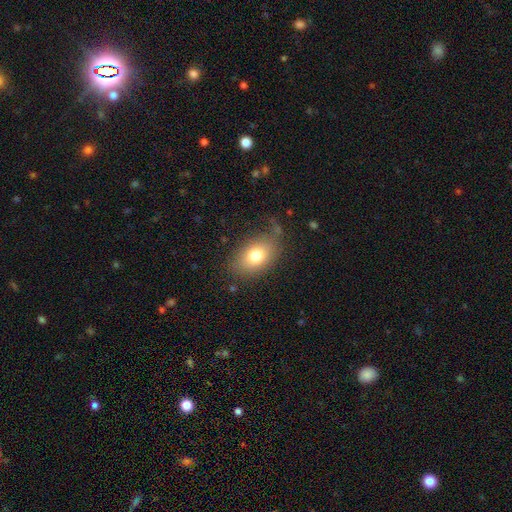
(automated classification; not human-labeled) smooth_or_featured: smooth (p=0.76) [alt: featured or disk p=0.15]
how_rounded: in between (p=0.82) [alt: round p=0.16]
merging: none (p=0.73) [alt: minor disturbance p=0.18]